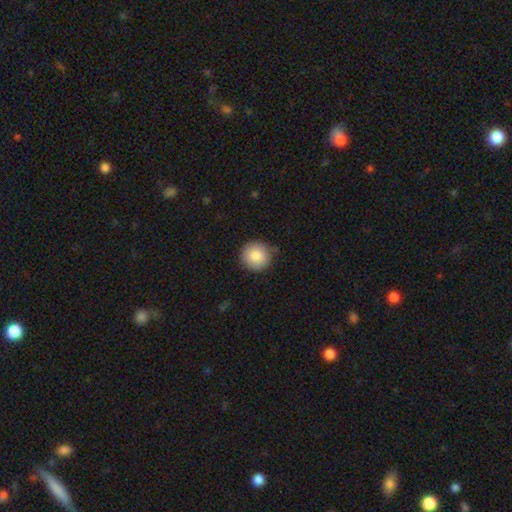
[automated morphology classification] A smooth galaxy with no disk features (85%) that is round (94%). Merging: none (84%).